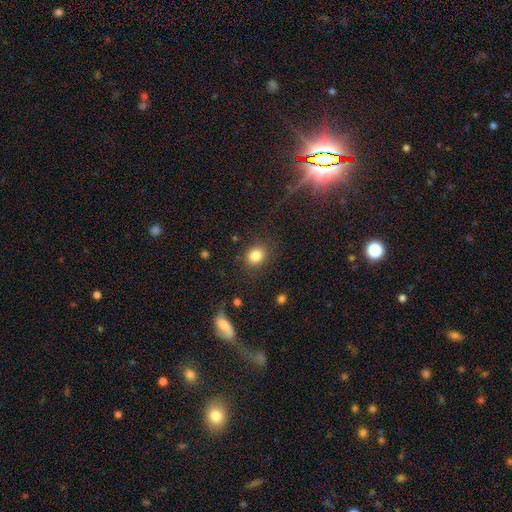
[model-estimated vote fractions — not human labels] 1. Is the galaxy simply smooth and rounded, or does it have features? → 83% smooth, 11% star or artifact, 6% featured or disk.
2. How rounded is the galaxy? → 69% round, 30% in between, 1% cigar-shaped.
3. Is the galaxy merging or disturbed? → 84% none, 10% minor disturbance, 4% major disturbance, 2% merger.